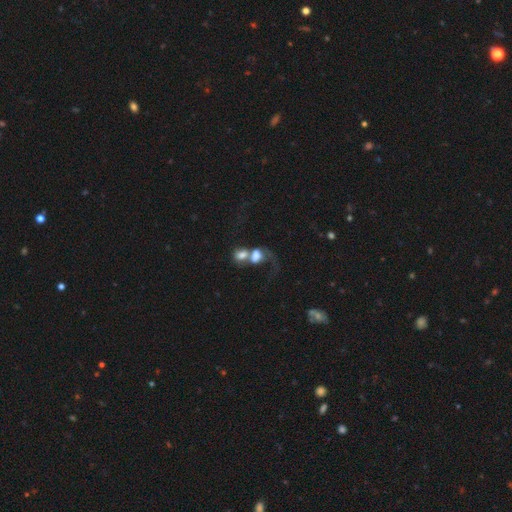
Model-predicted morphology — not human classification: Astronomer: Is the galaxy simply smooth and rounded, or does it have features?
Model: smooth — 58%.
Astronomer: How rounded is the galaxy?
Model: in between — 57% (runner-up: round, 41%).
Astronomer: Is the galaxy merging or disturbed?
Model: merger — 75%.